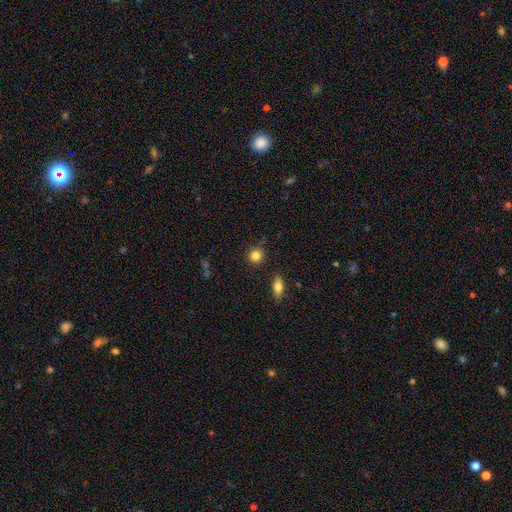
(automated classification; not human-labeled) Morphology: type=smooth (84%); roundness=round (82%); merging=none (81%).